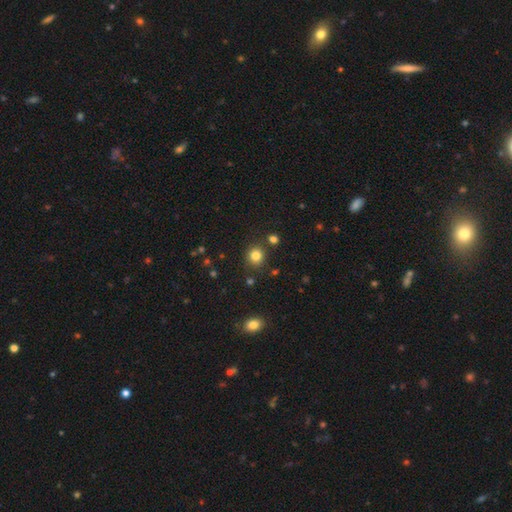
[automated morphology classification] Smooth or featured? Predicted: smooth (p=0.82). How rounded? Predicted: round (p=0.85). Merging? Predicted: none (p=0.83).